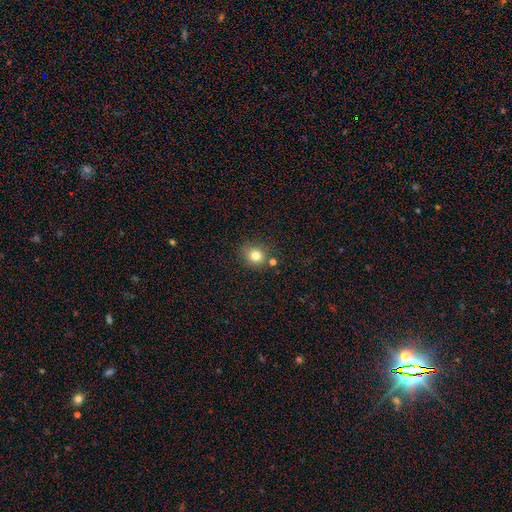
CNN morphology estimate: Smooth or featured? smooth (80%)
How rounded? round (71%)
Merging? none (73%)